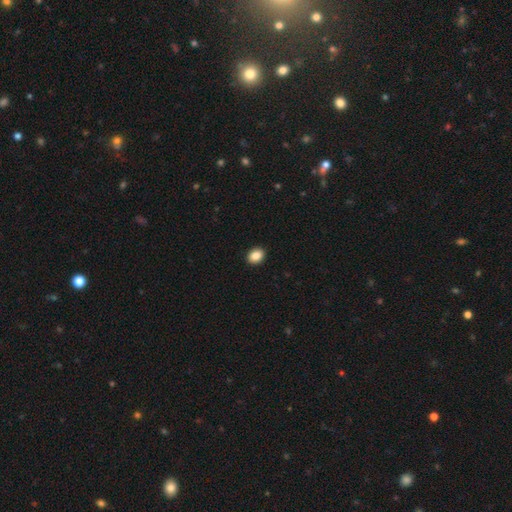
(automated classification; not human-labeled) This appears to be a smooth galaxy with no disk features (87%) that is in between round and cigar-shaped (63%). Merging: none (92%).